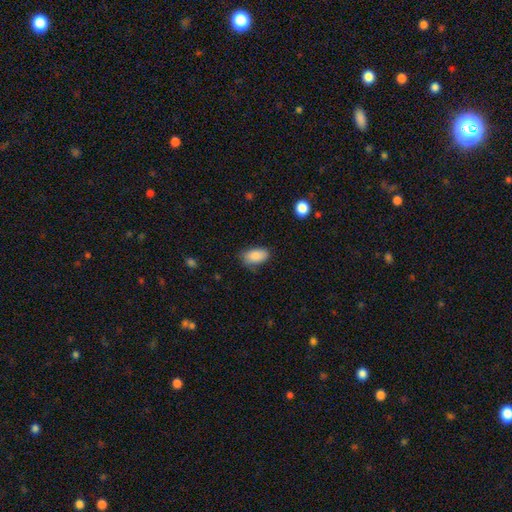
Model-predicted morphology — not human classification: This is clearly a smooth galaxy (88%). How rounded: clearly in between (93%). Merging: likely none (72%).